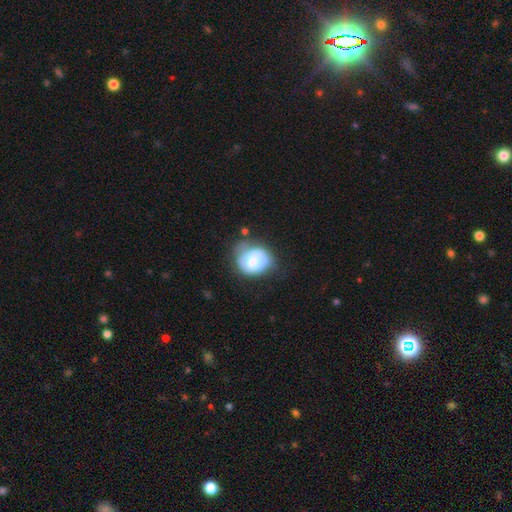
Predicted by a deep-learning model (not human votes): Smooth or featured?
  - featured or disk: 51% *
  - smooth: 41%
  - star or artifact: 7%
Edge-on disk?
  - no: 97% *
  - yes: 3%
Merging?
  - none: 41% *
  - minor disturbance: 30%
  - major disturbance: 20%
  - merger: 9%